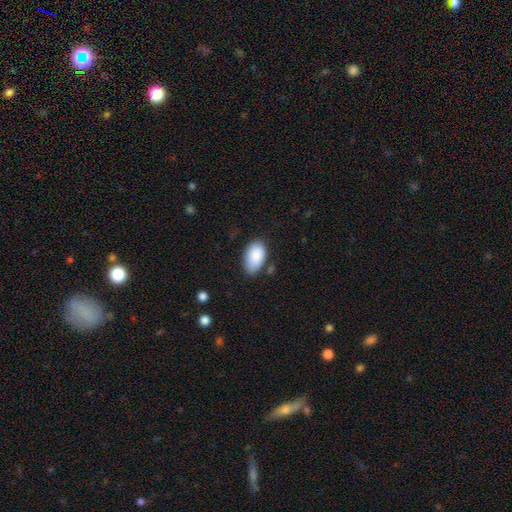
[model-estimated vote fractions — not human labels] Morphology: type=smooth (88%); roundness=in between (93%); merging=none (69%).